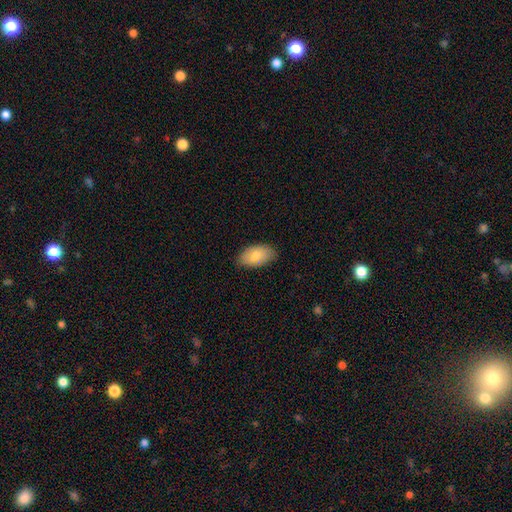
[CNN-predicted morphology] Overall: smooth (81%). How rounded: in between (95%). Merging: none (83%).